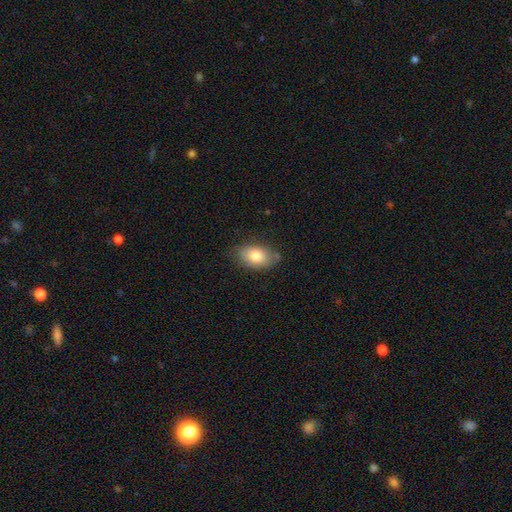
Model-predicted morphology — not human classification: smooth 80%, featured or disk 13%, star or artifact 7%. Down the decision tree: how rounded — in between (88%); merging — none (74%).